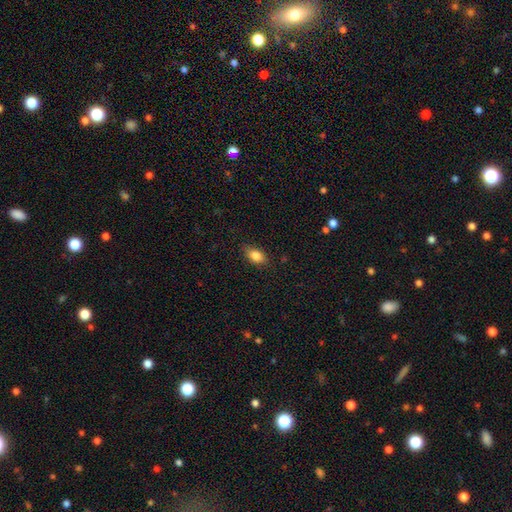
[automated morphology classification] Smooth or featured? Predicted: smooth (p=0.85). How rounded? Predicted: in between (p=0.85). Merging? Predicted: none (p=0.82).